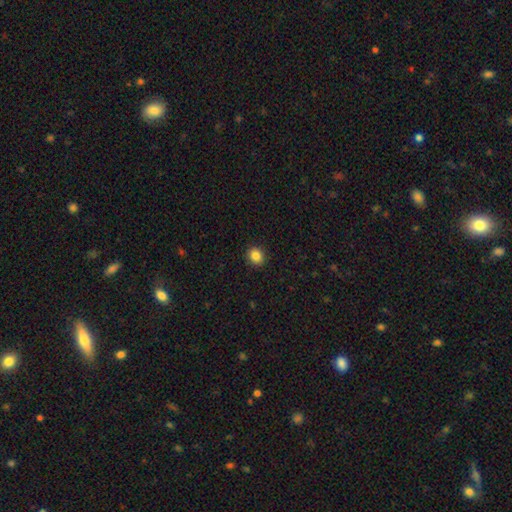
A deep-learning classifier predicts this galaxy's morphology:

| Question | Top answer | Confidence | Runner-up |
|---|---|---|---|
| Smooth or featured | smooth | 86% | star or artifact (10%) |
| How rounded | round | 74% | in between (25%) |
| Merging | none | 92% | minor disturbance (6%) |